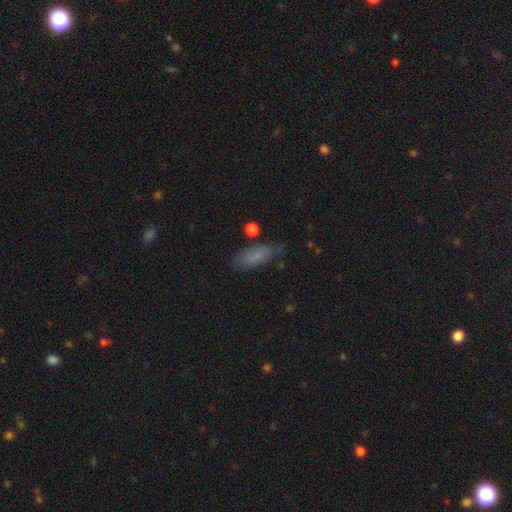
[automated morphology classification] A smooth galaxy with no disk features (75%) that is in between round and cigar-shaped (76%).

Vote fractions:
- Smooth or featured? smooth: 75% / featured or disk: 15% / star or artifact: 11%
- How rounded? in between: 76% / cigar-shaped: 21% / round: 3%
- Merging? none: 68% / minor disturbance: 21% / major disturbance: 7% / merger: 4%